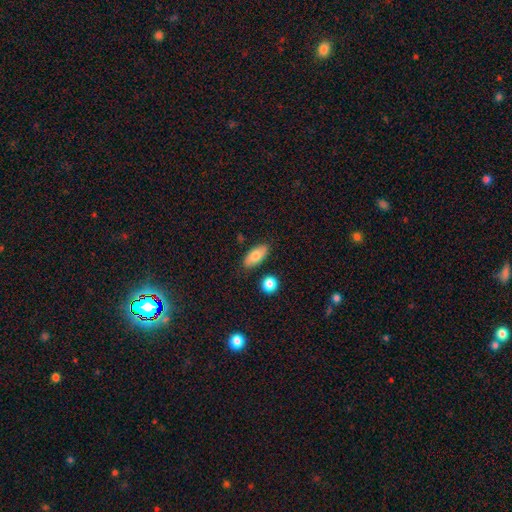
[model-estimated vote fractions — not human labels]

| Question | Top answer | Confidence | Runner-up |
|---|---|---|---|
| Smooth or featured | smooth | 78% | featured or disk (15%) |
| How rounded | in between | 87% | cigar-shaped (9%) |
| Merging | none | 83% | minor disturbance (11%) |